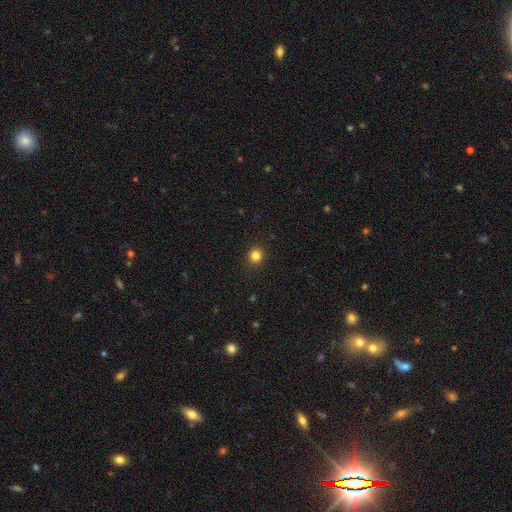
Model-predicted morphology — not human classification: Smooth or featured? Predicted: smooth (p=0.83). How rounded? Predicted: round (p=0.89). Merging? Predicted: none (p=0.92).